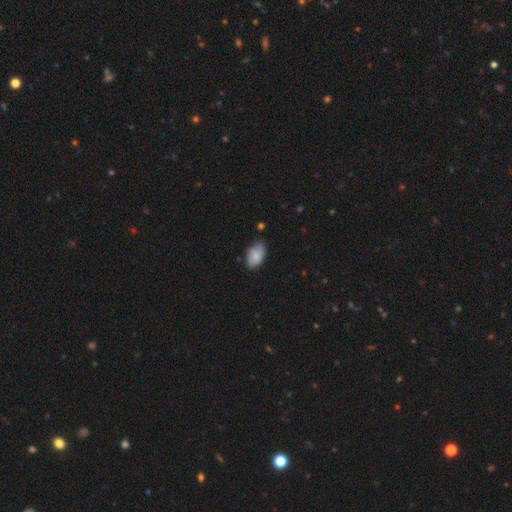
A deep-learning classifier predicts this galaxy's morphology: A smooth galaxy with no disk features (78%) that is in between round and cigar-shaped (93%).

Vote fractions:
- Smooth or featured? smooth: 78% / featured or disk: 15% / star or artifact: 7%
- How rounded? in between: 93% / round: 6% / cigar-shaped: 2%
- Merging? none: 63% / minor disturbance: 30% / major disturbance: 5% / merger: 2%